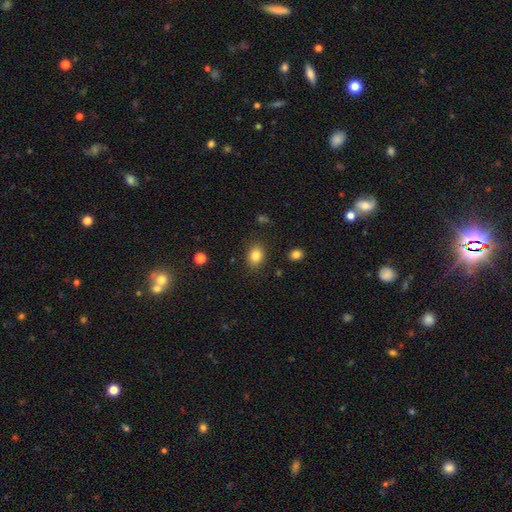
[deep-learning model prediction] This is clearly a smooth galaxy (83%). How rounded: possibly in between (57%). Merging: clearly none (86%).